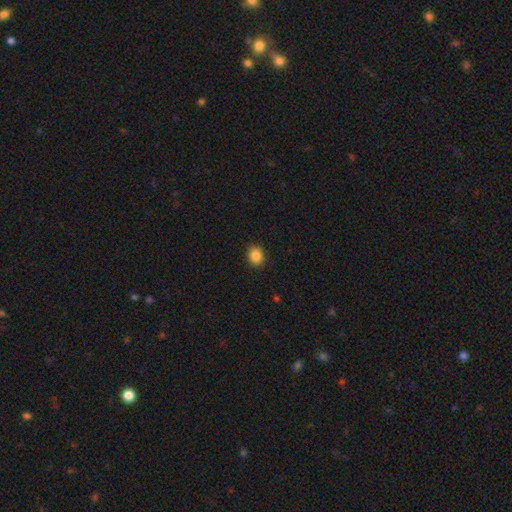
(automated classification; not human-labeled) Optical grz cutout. It shows a smooth galaxy with no disk features (87%) that is round (63%). Merging: none (90%).